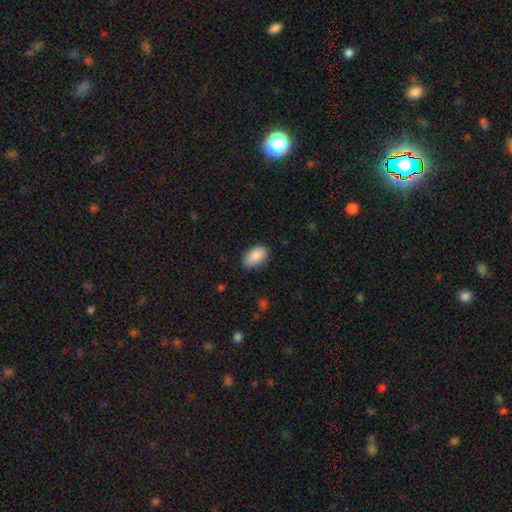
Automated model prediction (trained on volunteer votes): Morphology: type=smooth (88%); roundness=in between (93%); merging=none (78%).